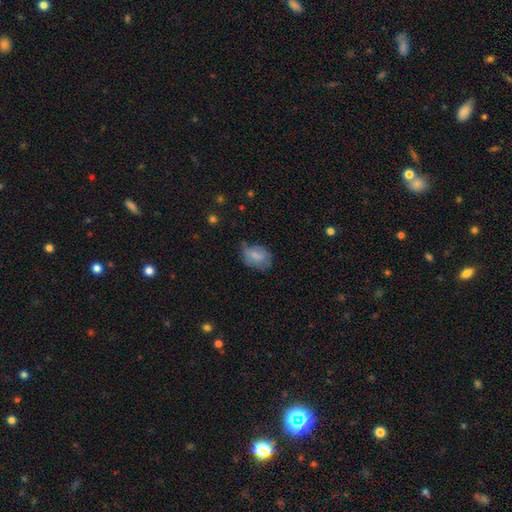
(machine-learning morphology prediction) The model was most divided on "merging": none: 45%, minor disturbance: 38%, major disturbance: 15%, merger: 2%. More confident: how rounded — in between (75%); smooth or featured — smooth (72%).